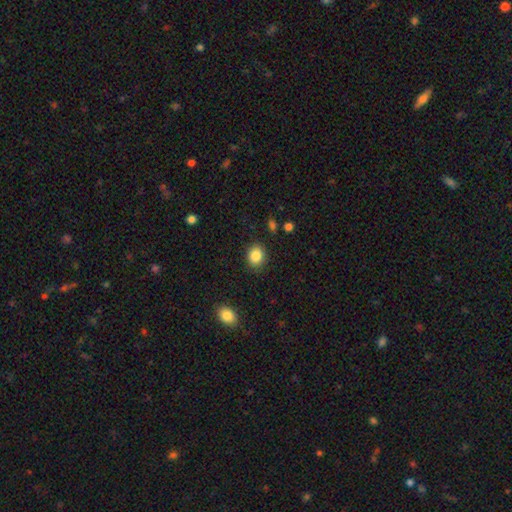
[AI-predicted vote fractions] Smooth or featured?
  - smooth: 86% *
  - star or artifact: 9%
  - featured or disk: 5%
How rounded?
  - round: 57% *
  - in between: 42%
  - cigar-shaped: 1%
Merging?
  - none: 87% *
  - minor disturbance: 9%
  - major disturbance: 3%
  - merger: 1%